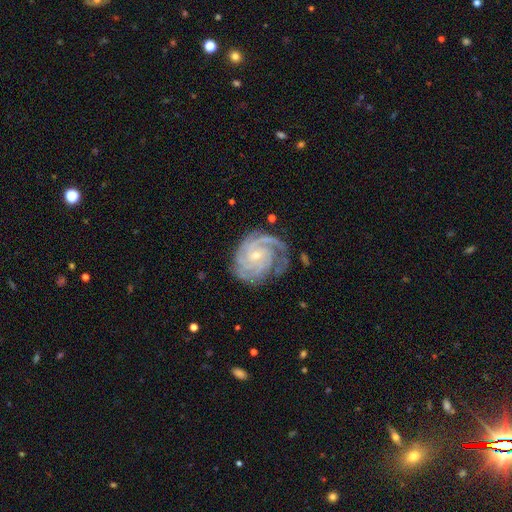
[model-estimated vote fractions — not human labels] featured or disk 91%, star or artifact 5%, smooth 4%. Down the decision tree: edge-on disk — no (98%); bar — no (60%); spiral arms — yes (98%); spiral arm count — 3 (33%); spiral winding — tight (72%); bulge size — small (74%); merging — none (70%).